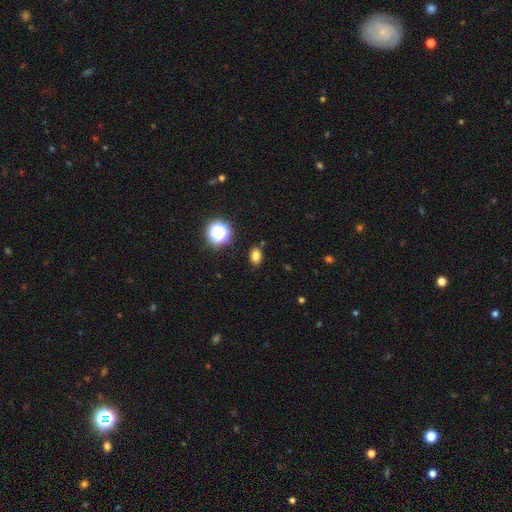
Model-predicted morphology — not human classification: Q: Smooth or featured?
A: smooth (78%); runner-up: star or artifact (16%)
Q: How rounded?
A: in between (72%); runner-up: round (27%)
Q: Merging?
A: none (85%); runner-up: minor disturbance (10%)